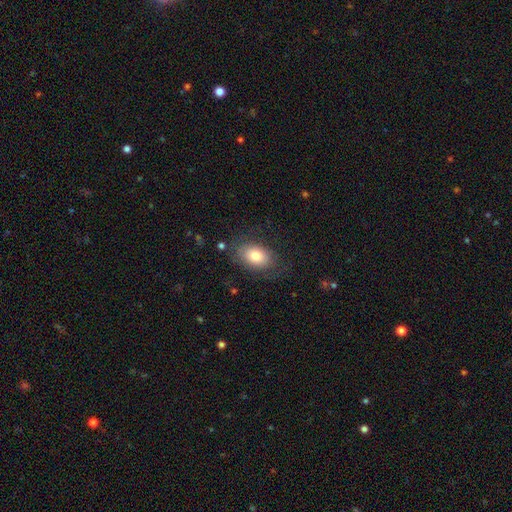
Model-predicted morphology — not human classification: Smooth or featured? Predicted: smooth (p=0.74). How rounded? Predicted: in between (p=0.86). Merging? Predicted: none (p=0.73).